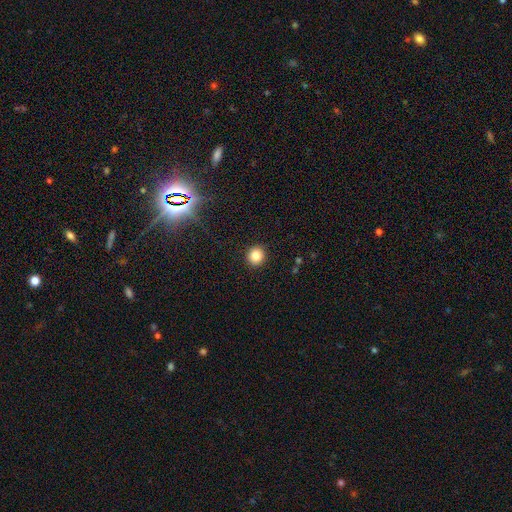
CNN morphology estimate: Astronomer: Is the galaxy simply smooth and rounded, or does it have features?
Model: smooth — 82%.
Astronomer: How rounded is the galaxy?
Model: round — 92%.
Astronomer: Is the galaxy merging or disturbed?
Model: none — 92%.